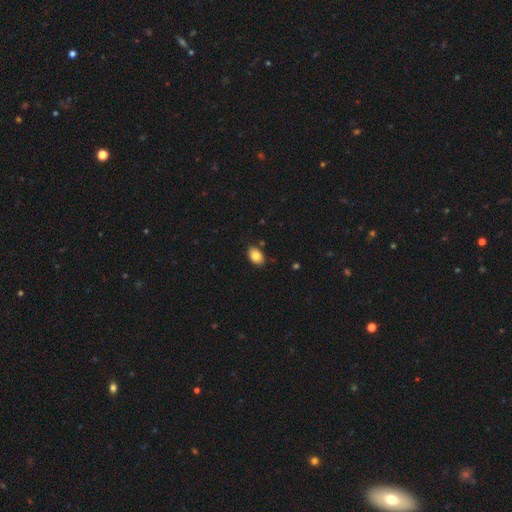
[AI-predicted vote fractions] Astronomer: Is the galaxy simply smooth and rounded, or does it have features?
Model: smooth — 85%.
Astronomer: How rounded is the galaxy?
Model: in between — 85%.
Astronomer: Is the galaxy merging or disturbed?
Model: none — 86%.